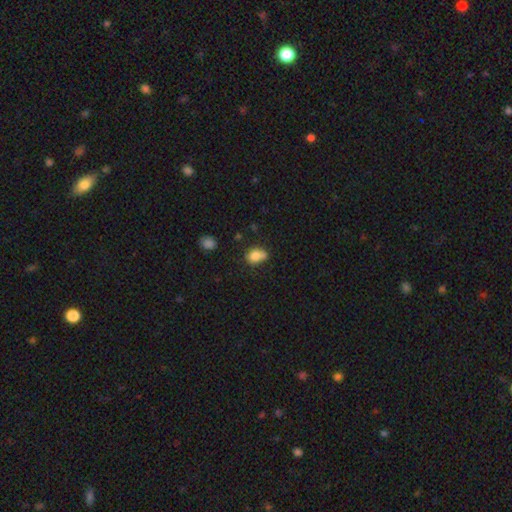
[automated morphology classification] This appears to be a smooth galaxy with no disk features (83%) that is in between round and cigar-shaped (73%). Merging: none (54%).